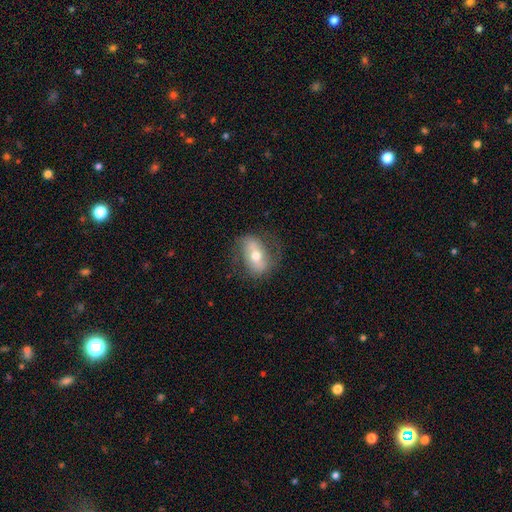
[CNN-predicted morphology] A featured or disk galaxy (51%). Merging: none (69%).